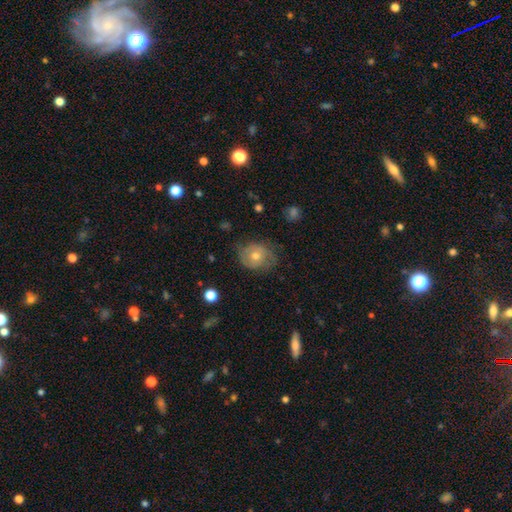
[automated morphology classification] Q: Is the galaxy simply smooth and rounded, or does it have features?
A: featured or disk — 57%.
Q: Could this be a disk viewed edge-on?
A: no — 96%.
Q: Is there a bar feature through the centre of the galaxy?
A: no — 79%.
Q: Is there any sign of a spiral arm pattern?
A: yes — 74%.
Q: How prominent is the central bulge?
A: moderate — 67%.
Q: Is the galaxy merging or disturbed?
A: none — 71%.